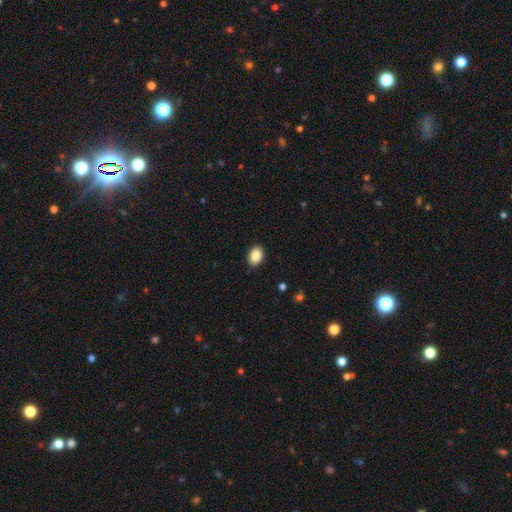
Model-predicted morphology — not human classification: smooth_or_featured: smooth (p=0.88) [alt: star or artifact p=0.08]
how_rounded: in between (p=0.83) [alt: round p=0.16]
merging: none (p=0.89) [alt: minor disturbance p=0.08]